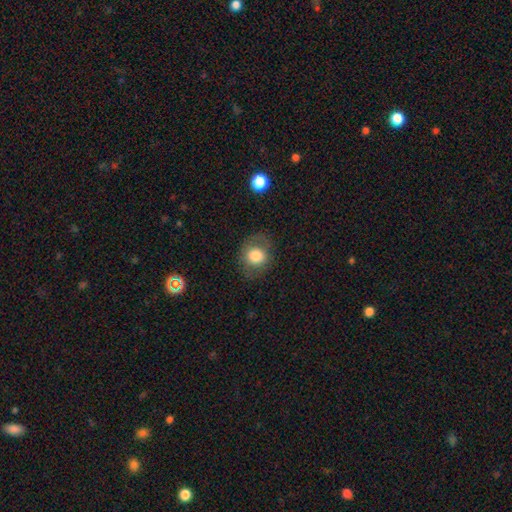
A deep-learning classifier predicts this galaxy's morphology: A smooth galaxy with no disk features (75%) that is round (71%).

Vote fractions:
- Smooth or featured? smooth: 75% / featured or disk: 16% / star or artifact: 9%
- How rounded? round: 71% / in between: 28% / cigar-shaped: 1%
- Merging? none: 75% / minor disturbance: 15% / major disturbance: 8% / merger: 1%